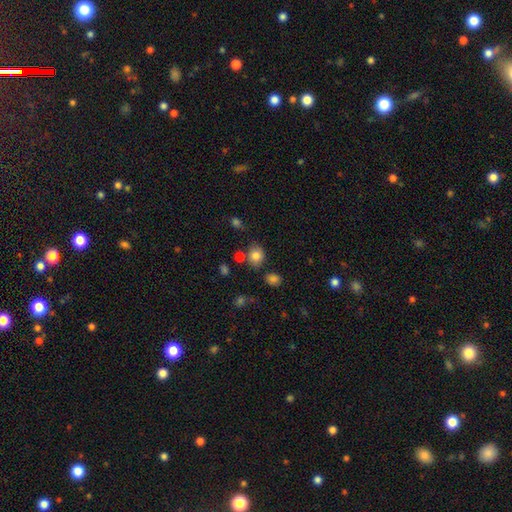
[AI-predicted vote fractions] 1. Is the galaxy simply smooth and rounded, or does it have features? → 80% smooth, 11% star or artifact, 9% featured or disk.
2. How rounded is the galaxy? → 63% round, 37% in between, 1% cigar-shaped.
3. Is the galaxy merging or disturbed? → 71% none, 15% minor disturbance, 9% merger, 4% major disturbance.